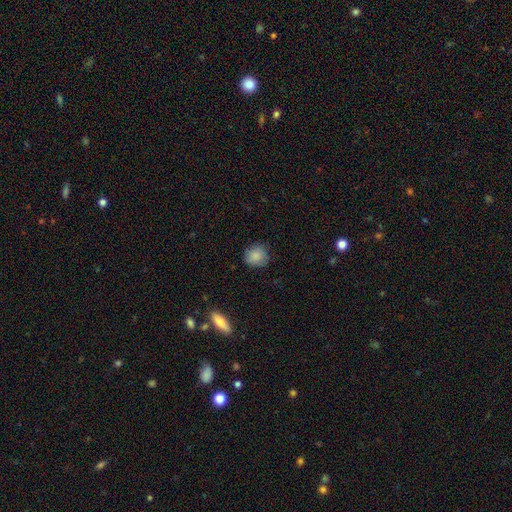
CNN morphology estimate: A smooth galaxy with no disk features (86%) that is round (84%). Merging: none (80%).